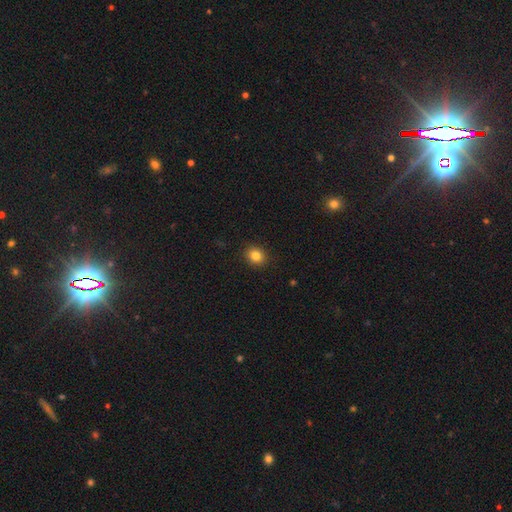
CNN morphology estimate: A smooth galaxy with no disk features (83%) that is round (71%). Merging: none (91%).